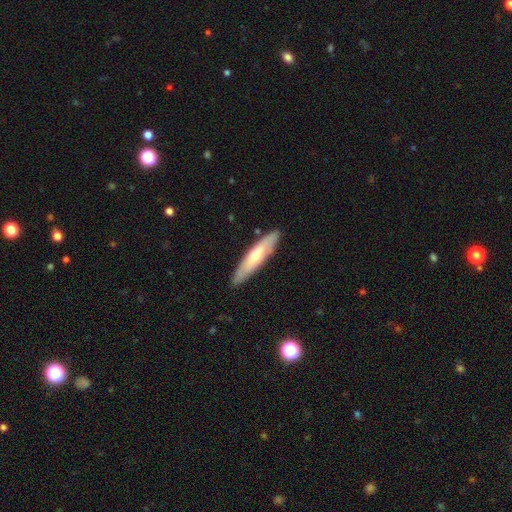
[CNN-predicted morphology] Smooth or featured?
  - smooth: 50% *
  - featured or disk: 45%
  - star or artifact: 5%
Merging?
  - none: 88% *
  - minor disturbance: 9%
  - major disturbance: 2%
  - merger: 1%